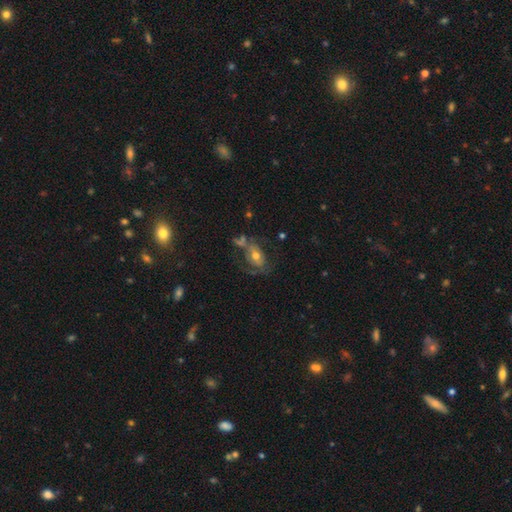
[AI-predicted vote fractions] smooth-or-featured: featured or disk: 52% | smooth: 36% | star or artifact: 12%
  disk-edge-on: no: 92% | yes: 8%
  merging: none: 40% | major disturbance: 24% | minor disturbance: 20% | merger: 16%